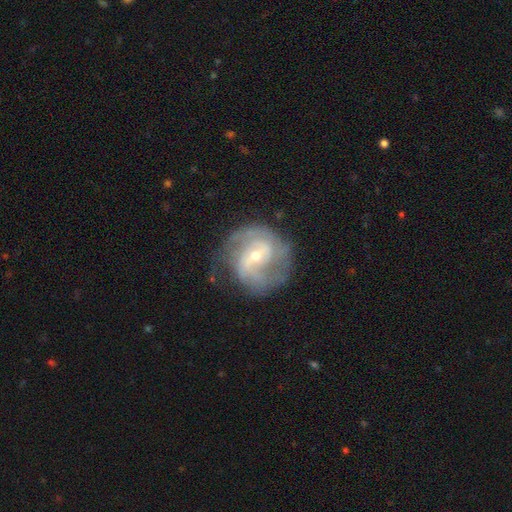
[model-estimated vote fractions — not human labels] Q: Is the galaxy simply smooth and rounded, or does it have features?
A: featured or disk — 83%.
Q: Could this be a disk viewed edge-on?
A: no — 97%.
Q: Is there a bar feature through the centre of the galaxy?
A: weak — 45%.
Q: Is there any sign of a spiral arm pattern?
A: yes — 93%.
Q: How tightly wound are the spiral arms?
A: medium — 47%.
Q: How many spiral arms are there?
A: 2 — 66%.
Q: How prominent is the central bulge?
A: small — 57%.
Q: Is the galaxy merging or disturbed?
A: none — 66%.